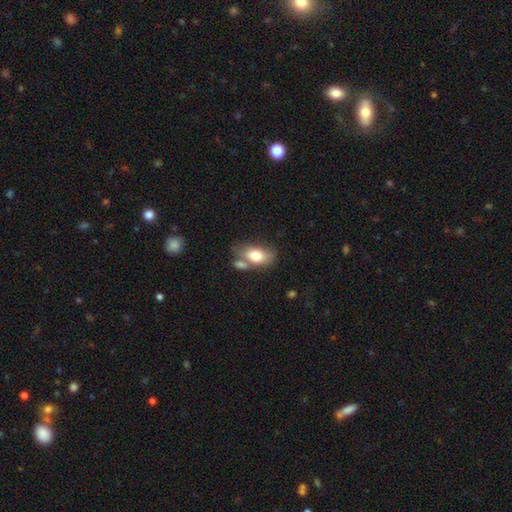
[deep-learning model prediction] Smooth or featured? Predicted: smooth (p=0.75). How rounded? Predicted: in between (p=0.88). Merging? Predicted: none (p=0.42).